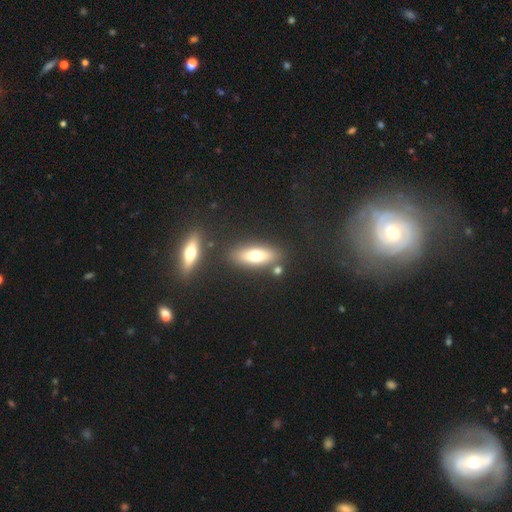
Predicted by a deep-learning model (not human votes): smooth_or_featured: smooth (p=0.65) [alt: featured or disk p=0.26]
how_rounded: in between (p=0.62) [alt: cigar-shaped p=0.34]
merging: none (p=0.78) [alt: minor disturbance p=0.10]